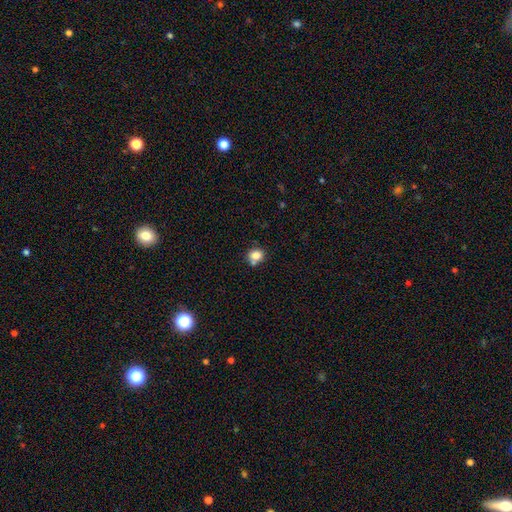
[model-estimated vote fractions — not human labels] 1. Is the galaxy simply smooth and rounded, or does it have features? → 82% smooth, 11% star or artifact, 8% featured or disk.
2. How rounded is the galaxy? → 72% round, 27% in between, 1% cigar-shaped.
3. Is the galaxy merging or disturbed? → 61% none, 22% merger, 13% minor disturbance, 4% major disturbance.